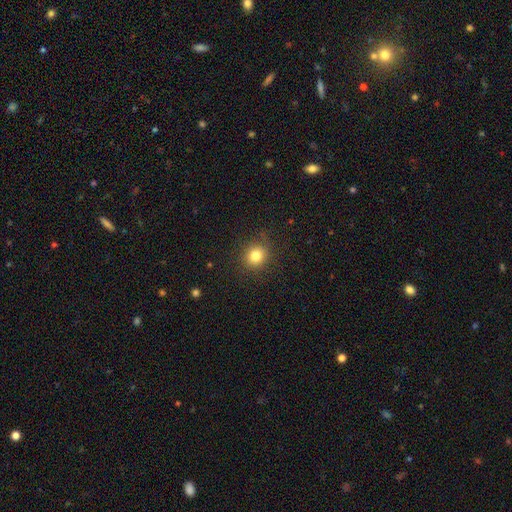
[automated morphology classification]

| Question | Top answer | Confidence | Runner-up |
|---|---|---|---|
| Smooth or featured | smooth | 81% | star or artifact (13%) |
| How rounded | round | 85% | in between (14%) |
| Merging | none | 88% | minor disturbance (8%) |